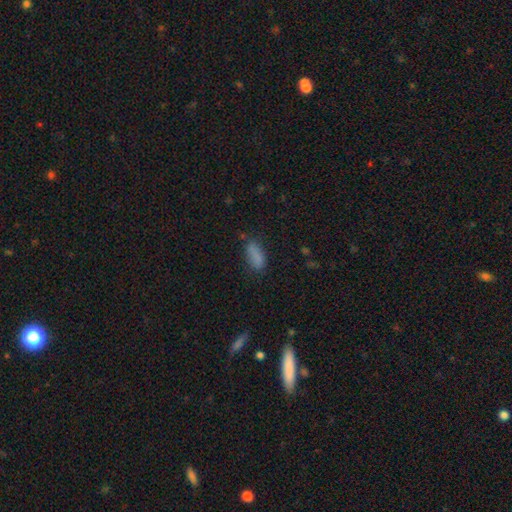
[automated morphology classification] A smooth galaxy with no disk features (84%) that is in between round and cigar-shaped (79%).

Vote fractions:
- Smooth or featured? smooth: 84% / star or artifact: 10% / featured or disk: 6%
- How rounded? in between: 79% / cigar-shaped: 18% / round: 3%
- Merging? none: 68% / minor disturbance: 21% / major disturbance: 6% / merger: 4%